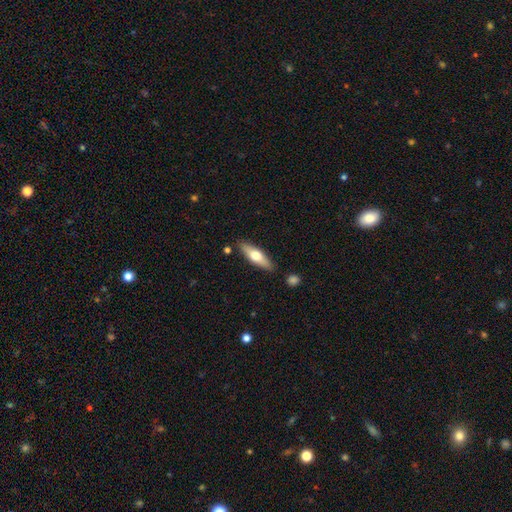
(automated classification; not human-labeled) smooth_or_featured: smooth (p=0.53) [alt: featured or disk p=0.42]
how_rounded: cigar-shaped (p=0.57) [alt: in between p=0.41]
merging: none (p=0.85) [alt: minor disturbance p=0.10]